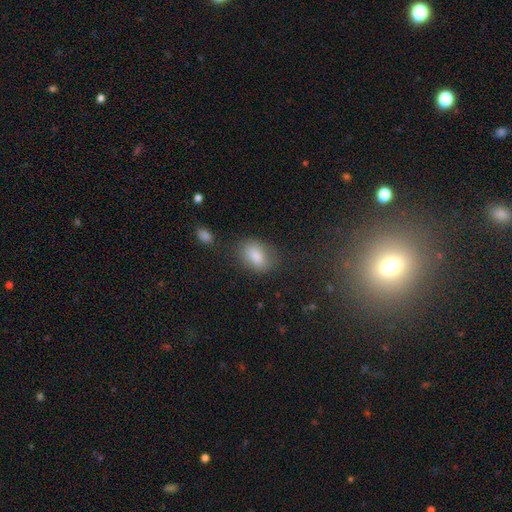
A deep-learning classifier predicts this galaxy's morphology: Overall: smooth (86%). How rounded: in between (84%). Merging: none (71%).